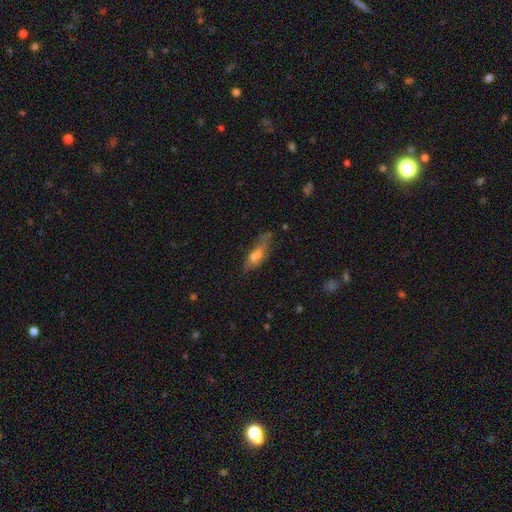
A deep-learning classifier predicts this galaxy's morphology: smooth 60%, featured or disk 30%, star or artifact 10%. Down the decision tree: how rounded — in between (58%); merging — none (45%).